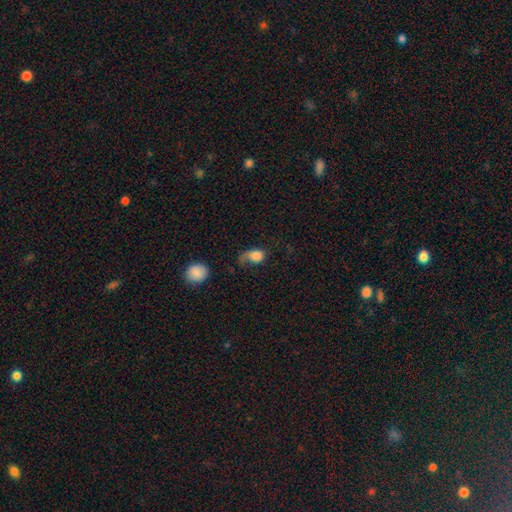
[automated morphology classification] The model was most divided on "merging": major disturbance: 43%, minor disturbance: 27%, none: 25%, merger: 5%. More confident: smooth or featured — smooth (78%); how rounded — in between (61%).